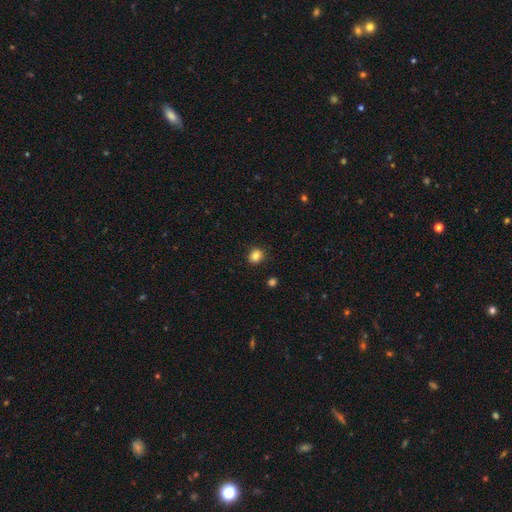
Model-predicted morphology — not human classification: Smooth or featured? Predicted: smooth (p=0.85). How rounded? Predicted: round (p=0.67). Merging? Predicted: none (p=0.89).